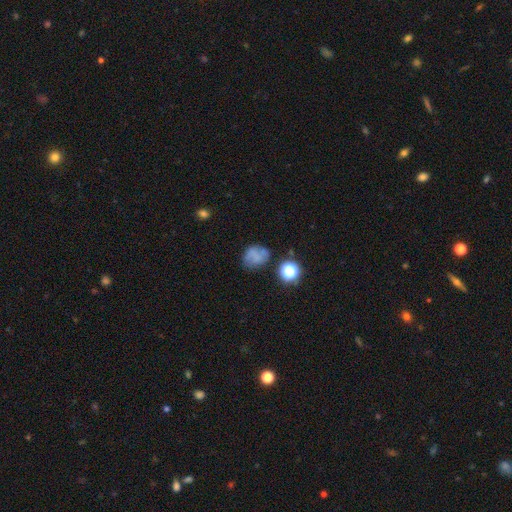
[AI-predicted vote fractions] smooth_or_featured: smooth (p=0.57) [alt: featured or disk p=0.26]
how_rounded: round (p=0.59) [alt: in between p=0.40]
merging: none (p=0.56) [alt: minor disturbance p=0.24]